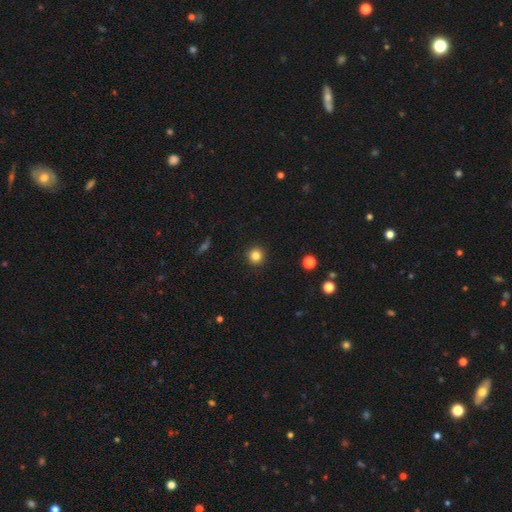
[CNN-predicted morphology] smooth-or-featured: smooth: 83% | star or artifact: 12% | featured or disk: 5%
  how-rounded: round: 94% | in between: 5% | cigar-shaped: 1%
  merging: none: 92% | minor disturbance: 5% | major disturbance: 2% | merger: 1%